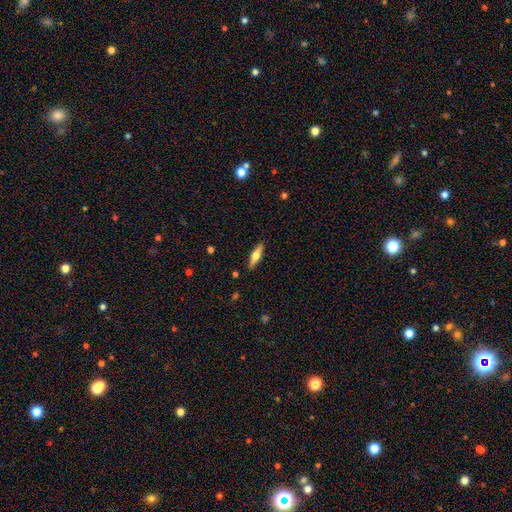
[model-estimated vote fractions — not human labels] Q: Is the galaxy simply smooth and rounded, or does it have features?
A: featured or disk — 49%.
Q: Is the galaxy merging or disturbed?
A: none — 89%.